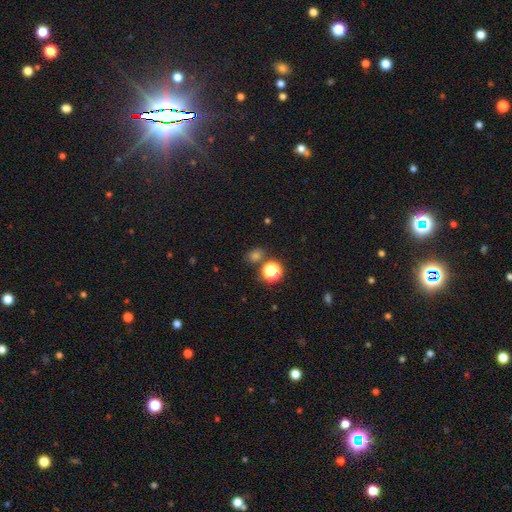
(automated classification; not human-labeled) Smooth or featured? smooth (58%)
How rounded? round (59%)
Merging? none (78%)